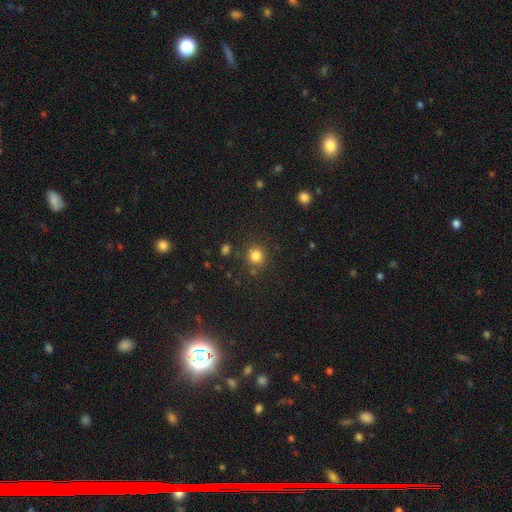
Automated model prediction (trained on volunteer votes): Smooth or featured?
  - smooth: 82% *
  - star or artifact: 13%
  - featured or disk: 5%
How rounded?
  - round: 88% *
  - in between: 11%
  - cigar-shaped: 1%
Merging?
  - none: 82% *
  - minor disturbance: 9%
  - merger: 5%
  - major disturbance: 3%